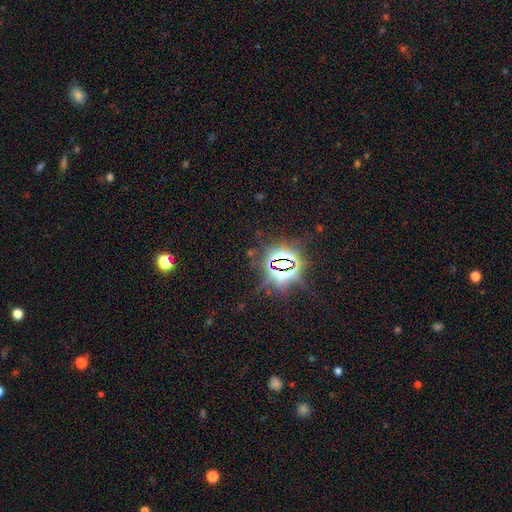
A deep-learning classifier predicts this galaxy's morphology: Overall: star or artifact (84%).